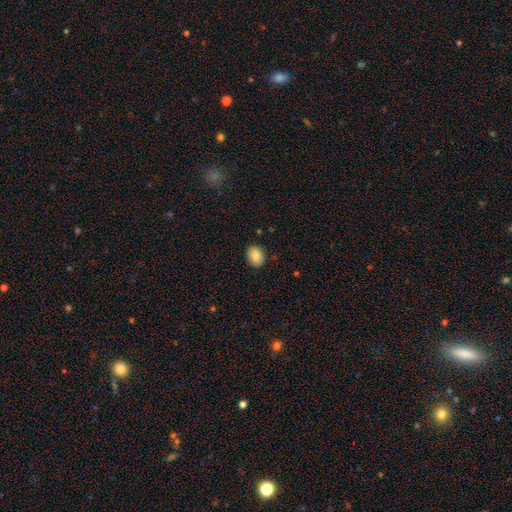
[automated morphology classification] Smooth or featured? smooth (86%)
How rounded? in between (60%)
Merging? none (88%)